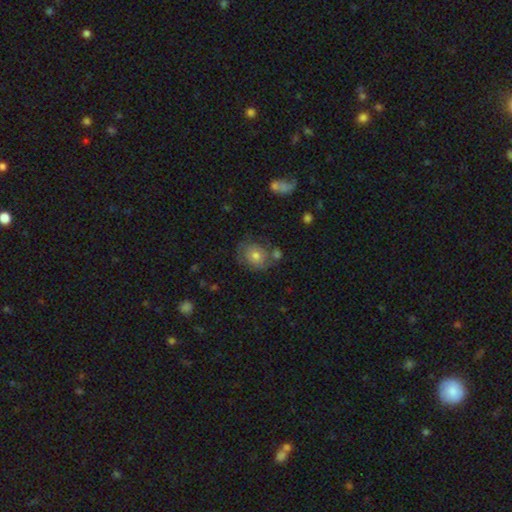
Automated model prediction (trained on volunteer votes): Smooth or featured? smooth (51%)
How rounded? round (65%)
Merging? none (57%)